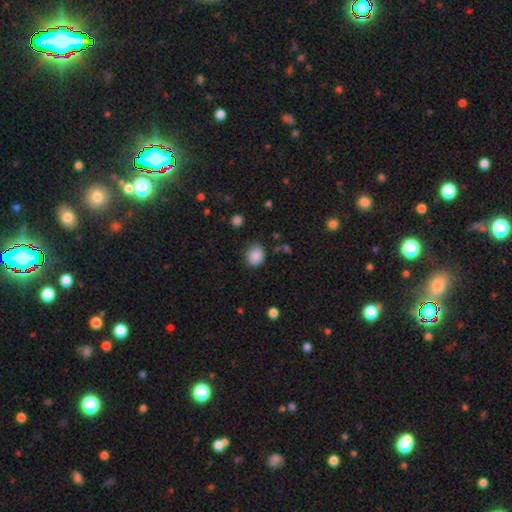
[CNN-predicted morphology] smooth_or_featured: smooth (p=0.87) [alt: star or artifact p=0.09]
how_rounded: round (p=0.52) [alt: in between p=0.47]
merging: none (p=0.72) [alt: minor disturbance p=0.21]